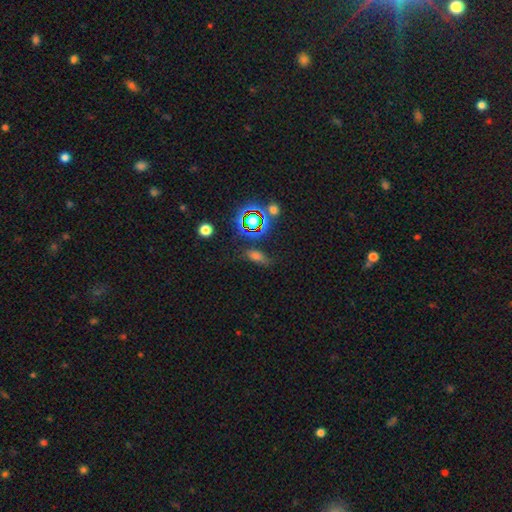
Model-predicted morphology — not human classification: Q: Smooth or featured?
A: smooth (55%); runner-up: star or artifact (31%)
Q: How rounded?
A: in between (60%); runner-up: cigar-shaped (28%)
Q: Merging?
A: none (72%); runner-up: minor disturbance (17%)